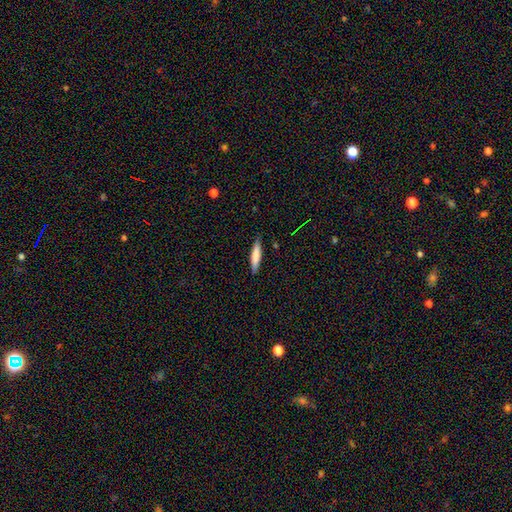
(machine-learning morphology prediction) Smooth or featured?
  - smooth: 76% *
  - featured or disk: 18%
  - star or artifact: 6%
How rounded?
  - cigar-shaped: 86% *
  - in between: 13%
  - round: 1%
Merging?
  - none: 87% *
  - minor disturbance: 10%
  - major disturbance: 2%
  - merger: 1%